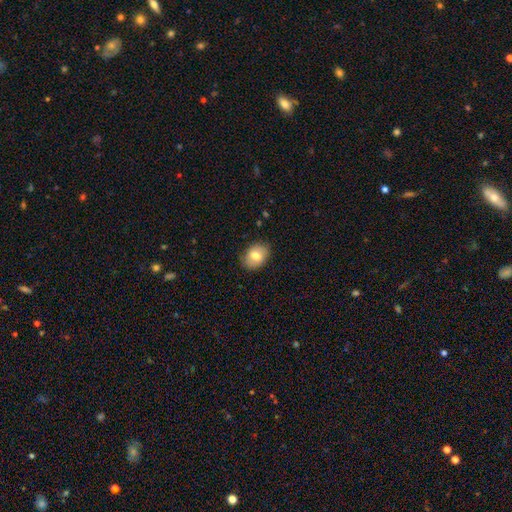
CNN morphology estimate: The model was most divided on "how rounded": in between: 69%, round: 30%, cigar-shaped: 1%. More confident: merging — none (85%); smooth or featured — smooth (77%).